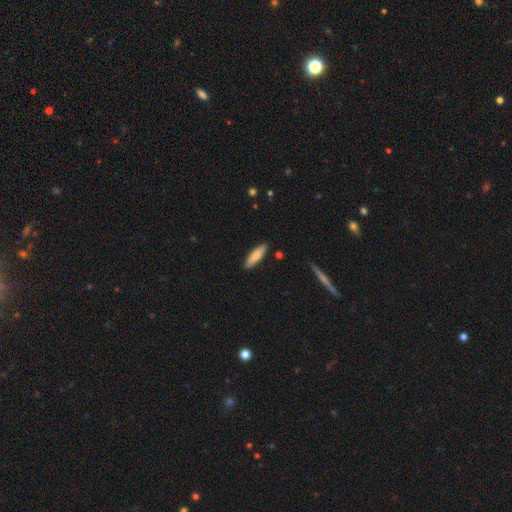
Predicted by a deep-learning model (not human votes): smooth_or_featured: smooth (p=0.78) [alt: featured or disk p=0.17]
how_rounded: cigar-shaped (p=0.63) [alt: in between p=0.35]
merging: none (p=0.88) [alt: minor disturbance p=0.09]